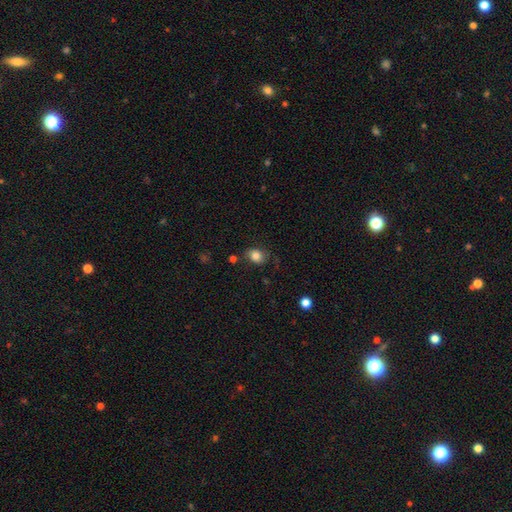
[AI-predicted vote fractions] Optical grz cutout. It shows a smooth galaxy with no disk features (84%) that is in between round and cigar-shaped (52%). Merging: none (74%).